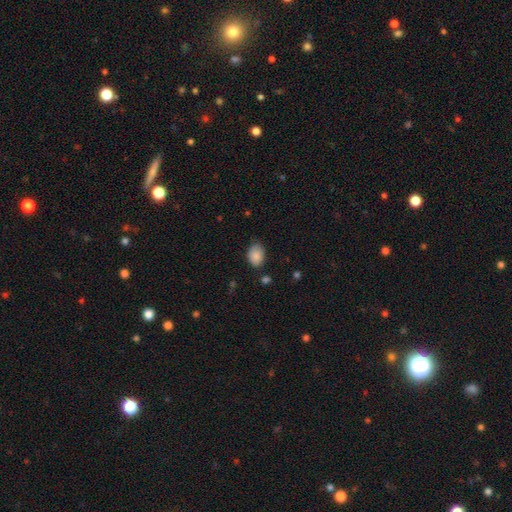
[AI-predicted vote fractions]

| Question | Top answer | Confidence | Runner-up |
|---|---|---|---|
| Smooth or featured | smooth | 87% | star or artifact (8%) |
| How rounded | in between | 80% | round (19%) |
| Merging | none | 68% | minor disturbance (25%) |